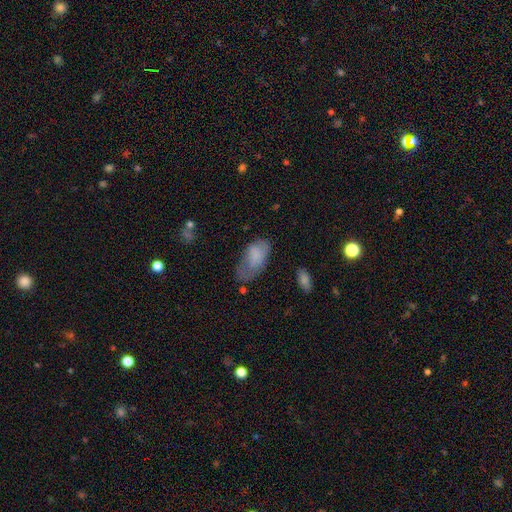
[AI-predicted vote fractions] A smooth galaxy with no disk features (74%) that is in between round and cigar-shaped (93%).

Vote fractions:
- Smooth or featured? smooth: 74% / featured or disk: 18% / star or artifact: 8%
- How rounded? in between: 93% / cigar-shaped: 3% / round: 3%
- Merging? none: 39% / minor disturbance: 34% / major disturbance: 24% / merger: 3%